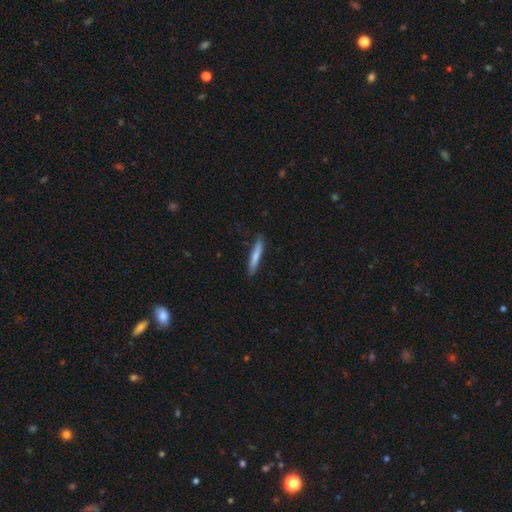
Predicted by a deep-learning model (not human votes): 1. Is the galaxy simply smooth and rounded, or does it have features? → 74% smooth, 20% featured or disk, 6% star or artifact.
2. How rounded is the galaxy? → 93% cigar-shaped, 6% in between, 1% round.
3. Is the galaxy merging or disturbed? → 85% none, 12% minor disturbance, 2% major disturbance, 1% merger.